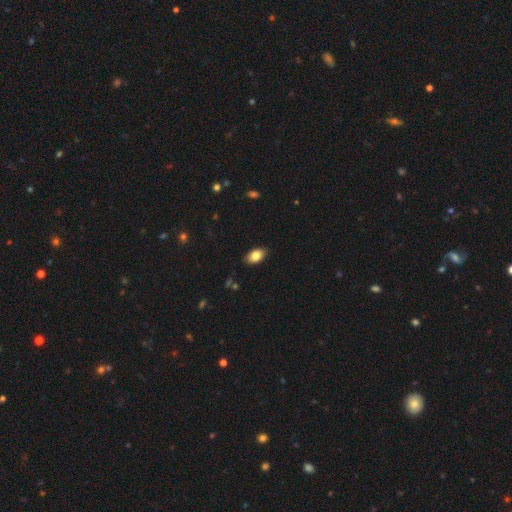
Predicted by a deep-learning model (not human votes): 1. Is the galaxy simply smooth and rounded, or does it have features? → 84% smooth, 8% featured or disk, 7% star or artifact.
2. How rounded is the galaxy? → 92% in between, 7% round, 2% cigar-shaped.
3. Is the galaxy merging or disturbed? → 87% none, 10% minor disturbance, 2% major disturbance, 1% merger.